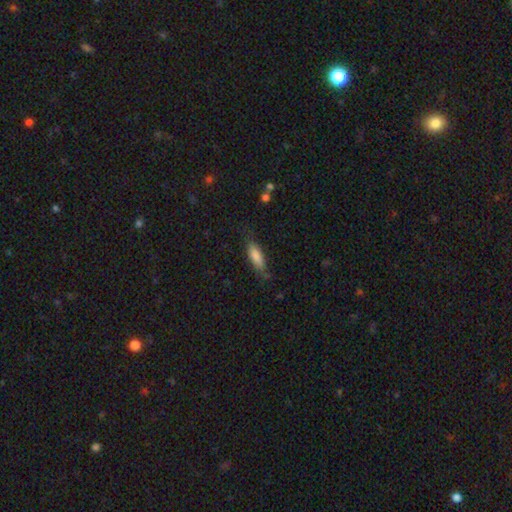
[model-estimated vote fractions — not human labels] A smooth galaxy with no disk features (79%) that is in between round and cigar-shaped (58%). Merging: none (70%).